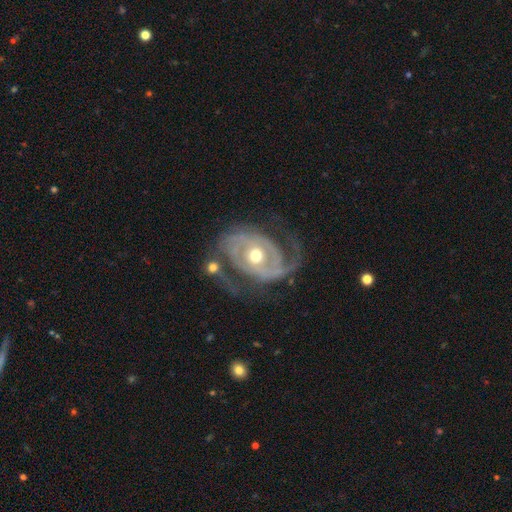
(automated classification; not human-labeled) featured or disk 90%, smooth 6%, star or artifact 5%. Down the decision tree: edge-on disk — no (97%); bar — no (47%); spiral arms — yes (95%); spiral arm count — 2 (82%); spiral winding — medium (44%); bulge size — moderate (74%); merging — none (61%).